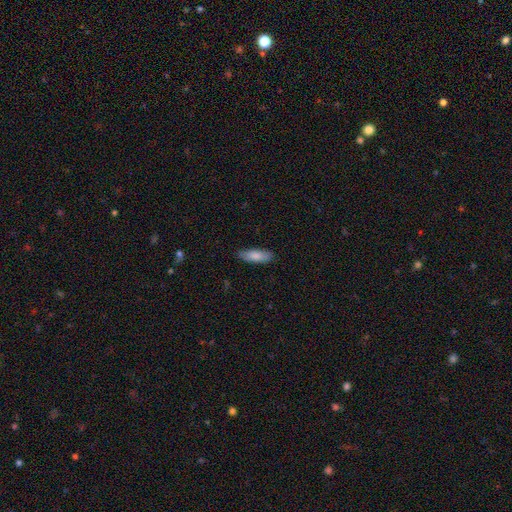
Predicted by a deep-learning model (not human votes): The model was most divided on "how rounded": in between: 58%, cigar-shaped: 40%, round: 2%. More confident: merging — none (85%); smooth or featured — smooth (83%).